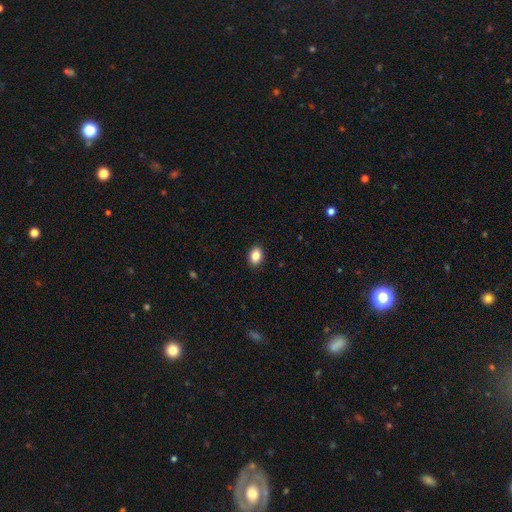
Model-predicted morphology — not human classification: Q: Smooth or featured?
A: smooth (87%); runner-up: star or artifact (8%)
Q: How rounded?
A: in between (77%); runner-up: round (22%)
Q: Merging?
A: none (90%); runner-up: minor disturbance (7%)